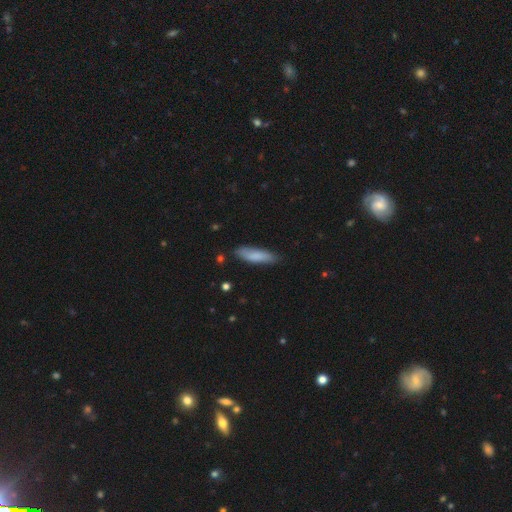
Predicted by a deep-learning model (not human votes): smooth 83%, featured or disk 12%, star or artifact 5%. Down the decision tree: how rounded — cigar-shaped (64%); merging — none (82%).